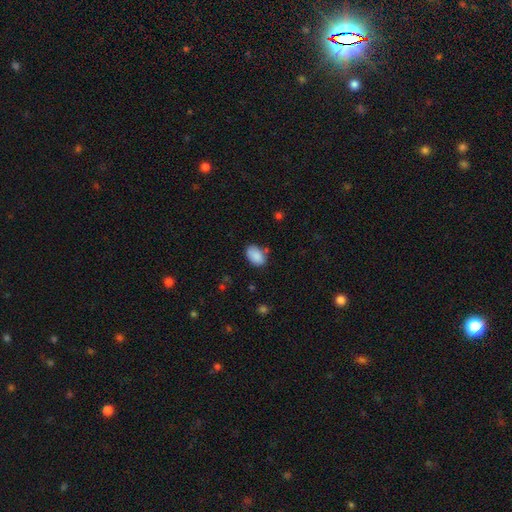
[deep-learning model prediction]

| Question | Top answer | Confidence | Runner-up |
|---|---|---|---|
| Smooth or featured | smooth | 88% | star or artifact (7%) |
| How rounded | in between | 90% | round (8%) |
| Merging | none | 72% | minor disturbance (18%) |